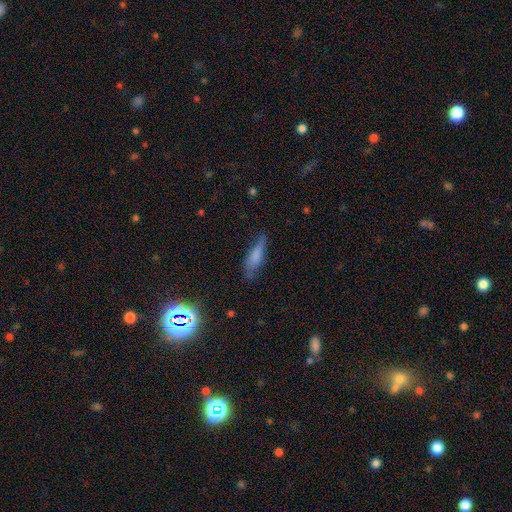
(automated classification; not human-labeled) smooth_or_featured: smooth (p=0.69) [alt: featured or disk p=0.22]
how_rounded: cigar-shaped (p=0.62) [alt: in between p=0.36]
merging: none (p=0.56) [alt: minor disturbance p=0.30]